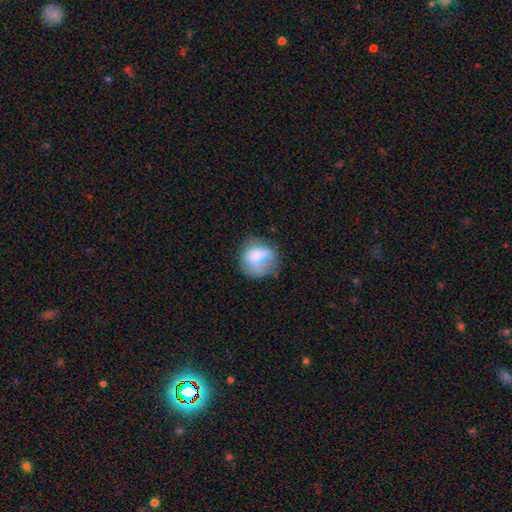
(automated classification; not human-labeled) A smooth galaxy with no disk features (70%) that is round (76%).

Vote fractions:
- Smooth or featured? smooth: 70% / featured or disk: 22% / star or artifact: 9%
- How rounded? round: 76% / in between: 23% / cigar-shaped: 1%
- Merging? none: 48% / minor disturbance: 28% / major disturbance: 20% / merger: 4%